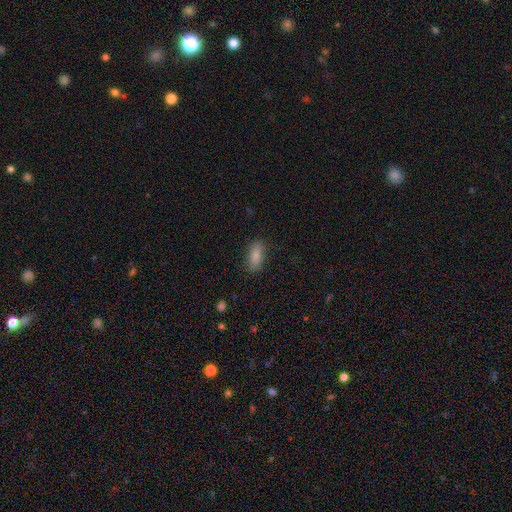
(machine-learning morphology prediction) This appears to be a smooth galaxy with no disk features (85%) that is in between round and cigar-shaped (86%). Merging: none (85%).